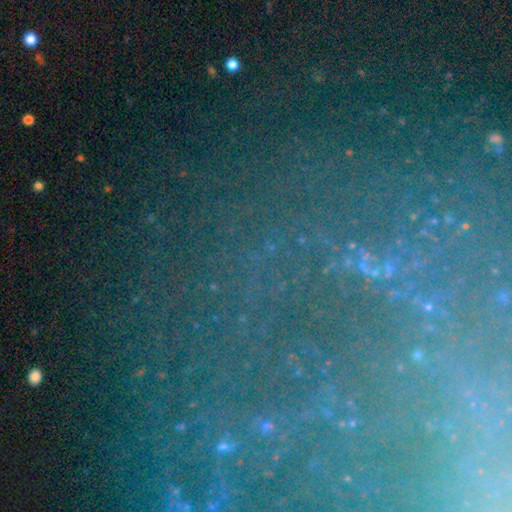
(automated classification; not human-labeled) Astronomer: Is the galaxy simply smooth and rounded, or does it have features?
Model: star or artifact — 68%.